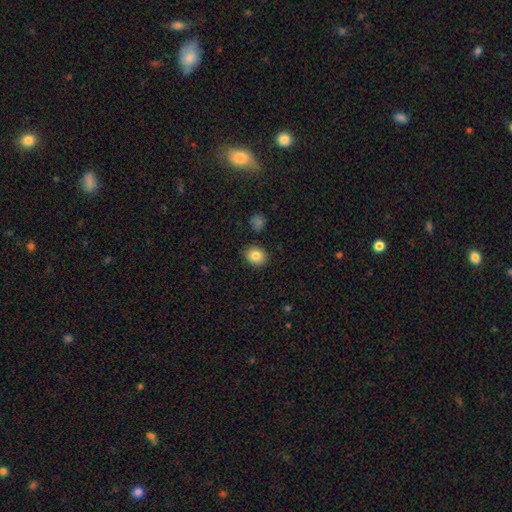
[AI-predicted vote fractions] Smooth or featured: smooth — 83% (star or artifact — 10%)
How rounded: round — 75% (in between — 24%)
Merging: none — 88% (minor disturbance — 8%)